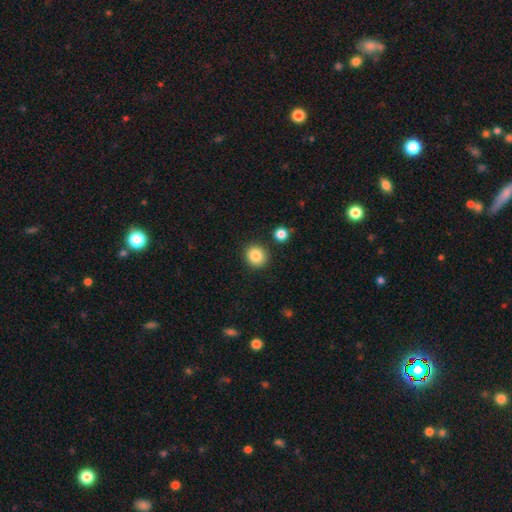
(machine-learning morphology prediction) smooth 86%, star or artifact 9%, featured or disk 5%. Down the decision tree: how rounded — round (87%); merging — none (88%).